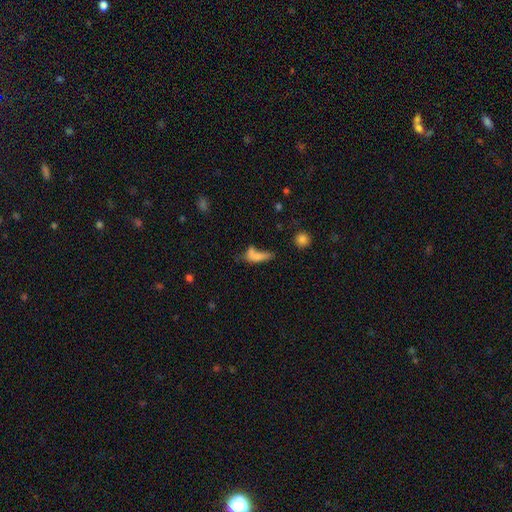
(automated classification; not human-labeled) smooth_or_featured: smooth (p=0.68) [alt: featured or disk p=0.21]
how_rounded: in between (p=0.52) [alt: cigar-shaped p=0.43]
merging: merger (p=0.37) [alt: none p=0.30]